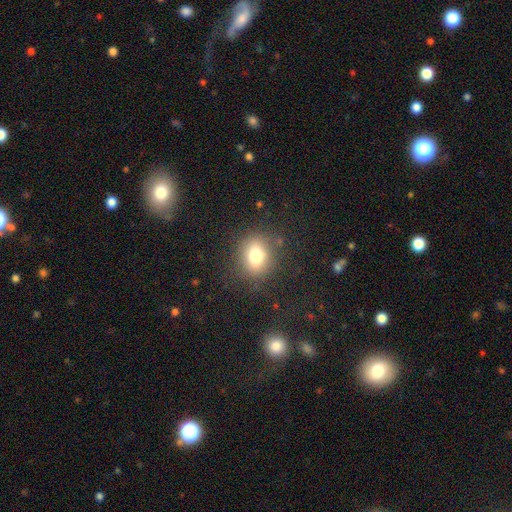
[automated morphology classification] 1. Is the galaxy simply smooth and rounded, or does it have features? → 75% smooth, 13% star or artifact, 12% featured or disk.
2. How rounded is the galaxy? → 62% round, 36% in between, 1% cigar-shaped.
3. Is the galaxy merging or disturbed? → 83% none, 11% minor disturbance, 5% major disturbance, 2% merger.